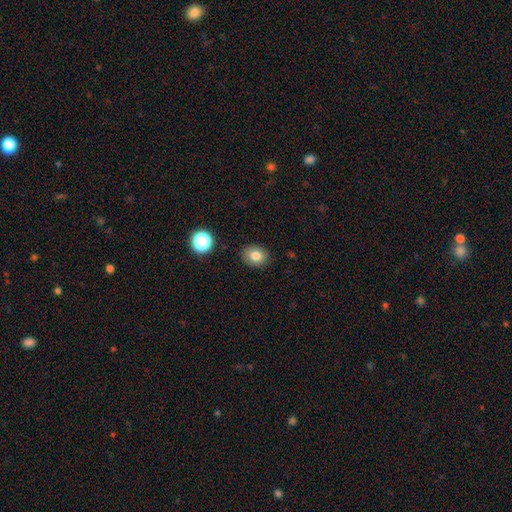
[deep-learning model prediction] This is clearly a smooth galaxy (81%). How rounded: possibly round (50%). Merging: clearly none (87%).